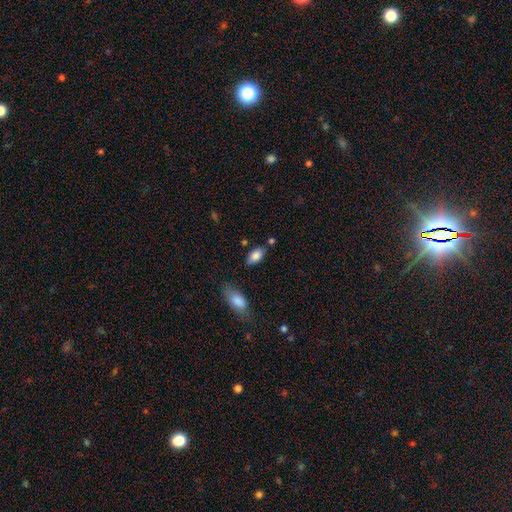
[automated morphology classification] A smooth galaxy with no disk features (83%) that is in between round and cigar-shaped (91%).

Vote fractions:
- Smooth or featured? smooth: 83% / featured or disk: 10% / star or artifact: 7%
- How rounded? in between: 91% / cigar-shaped: 6% / round: 3%
- Merging? none: 75% / minor disturbance: 15% / merger: 7% / major disturbance: 3%